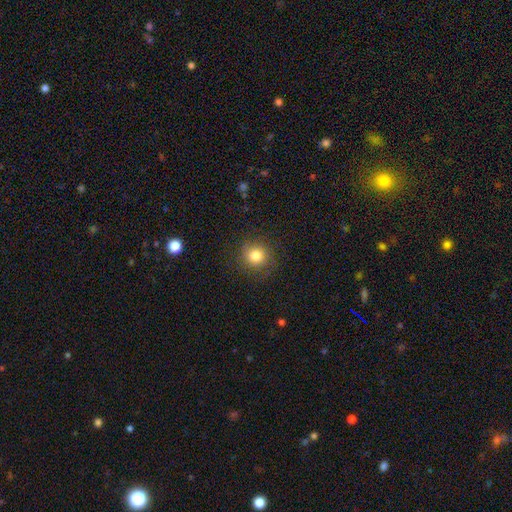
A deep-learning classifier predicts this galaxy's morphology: This appears to be a smooth galaxy with no disk features (80%) that is round (92%). Merging: none (86%).